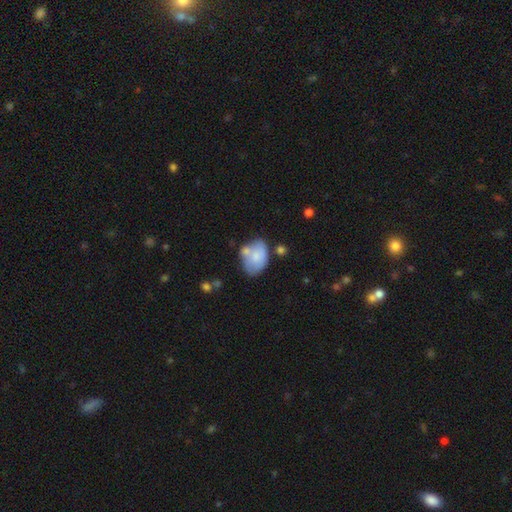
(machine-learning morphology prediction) Q: Smooth or featured?
A: smooth (67%); runner-up: featured or disk (26%)
Q: How rounded?
A: in between (81%); runner-up: round (18%)
Q: Merging?
A: none (42%); runner-up: minor disturbance (27%)